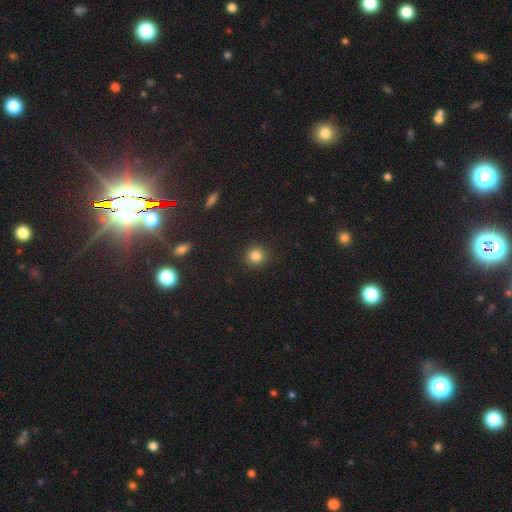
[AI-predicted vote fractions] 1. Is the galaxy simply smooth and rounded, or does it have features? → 84% smooth, 12% star or artifact, 4% featured or disk.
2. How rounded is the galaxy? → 92% round, 7% in between, 1% cigar-shaped.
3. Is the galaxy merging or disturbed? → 91% none, 6% minor disturbance, 2% major disturbance, 1% merger.